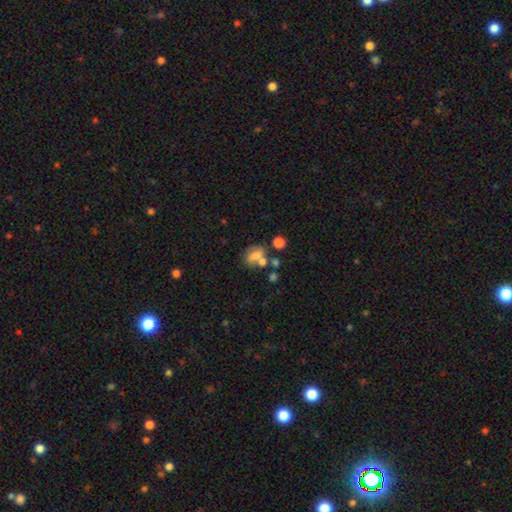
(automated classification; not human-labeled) Morphology: type=smooth (63%); roundness=in between (64%); merging=none (41%).